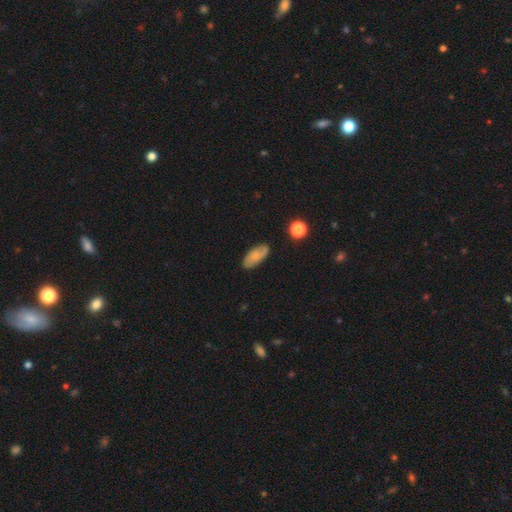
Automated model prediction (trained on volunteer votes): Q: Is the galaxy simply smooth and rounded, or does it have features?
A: smooth — 60%.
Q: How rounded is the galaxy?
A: in between — 87%.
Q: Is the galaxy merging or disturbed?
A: none — 81%.